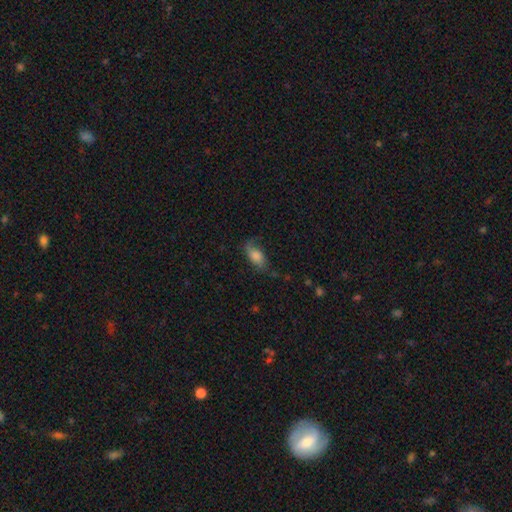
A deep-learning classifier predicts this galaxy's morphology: Overall: smooth (67%). How rounded: in between (87%). Merging: none (60%; minor disturbance 27%).